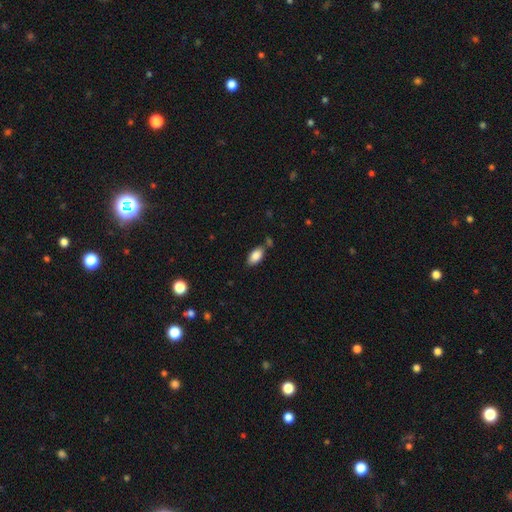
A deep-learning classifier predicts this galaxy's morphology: Q: Smooth or featured?
A: smooth (87%); runner-up: star or artifact (7%)
Q: How rounded?
A: in between (93%); runner-up: round (4%)
Q: Merging?
A: none (71%); runner-up: minor disturbance (16%)